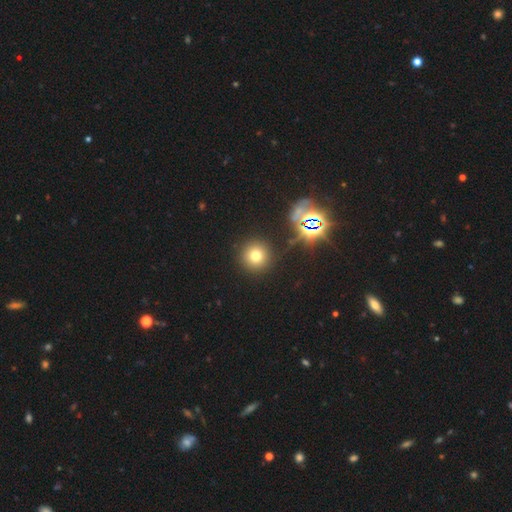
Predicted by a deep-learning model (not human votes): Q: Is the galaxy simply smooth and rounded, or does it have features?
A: smooth — 69%.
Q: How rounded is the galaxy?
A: round — 95%.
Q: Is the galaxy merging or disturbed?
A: none — 89%.